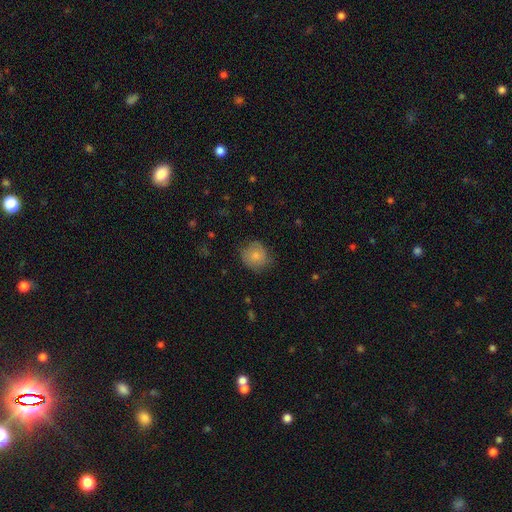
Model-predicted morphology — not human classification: This is likely a smooth galaxy (79%). How rounded: clearly round (84%). Merging: likely none (69%).